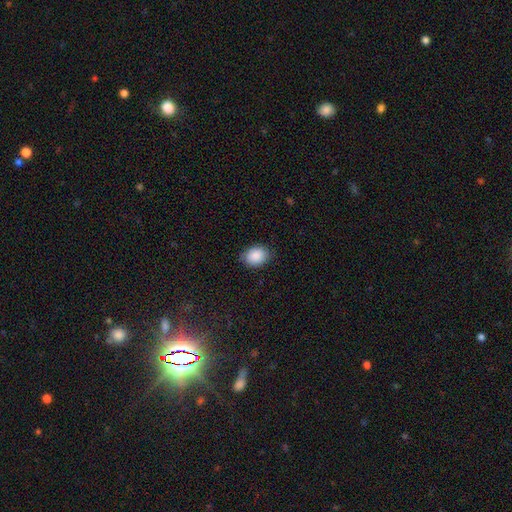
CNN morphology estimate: smooth_or_featured: smooth (p=0.89) [alt: star or artifact p=0.07]
how_rounded: in between (p=0.62) [alt: round p=0.37]
merging: none (p=0.84) [alt: minor disturbance p=0.12]